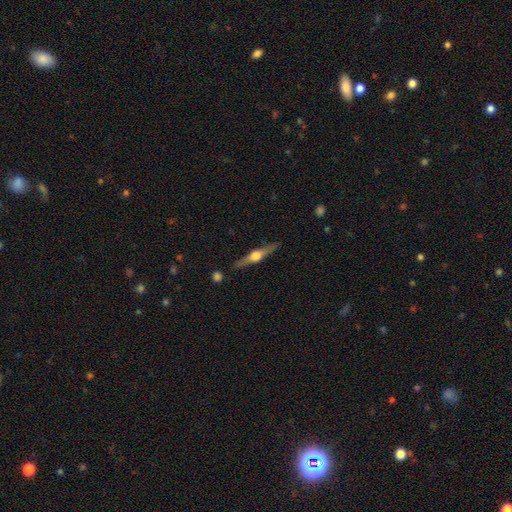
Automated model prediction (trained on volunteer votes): A featured or disk galaxy (78%) viewed edge-on (98%) with a rounded central bulge (95%). Merging: none (88%).